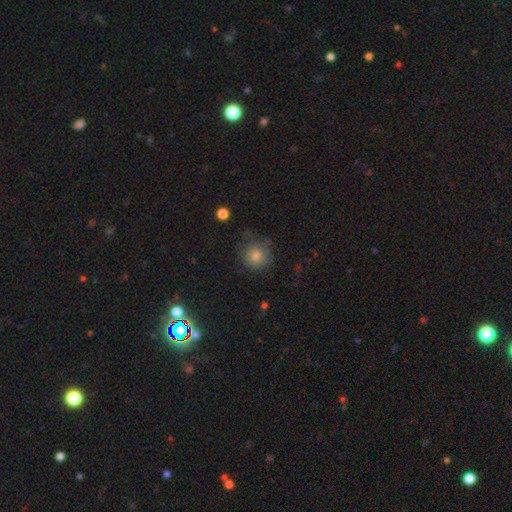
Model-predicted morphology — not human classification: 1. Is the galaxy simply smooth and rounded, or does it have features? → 75% smooth, 16% star or artifact, 10% featured or disk.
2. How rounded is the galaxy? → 91% round, 8% in between, 1% cigar-shaped.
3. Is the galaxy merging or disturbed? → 72% none, 19% minor disturbance, 7% major disturbance, 2% merger.